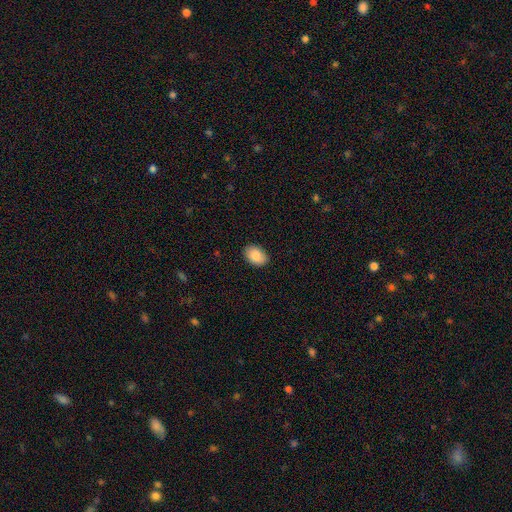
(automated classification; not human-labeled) This appears to be a smooth galaxy with no disk features (88%) that is in between round and cigar-shaped (85%). Merging: none (89%).